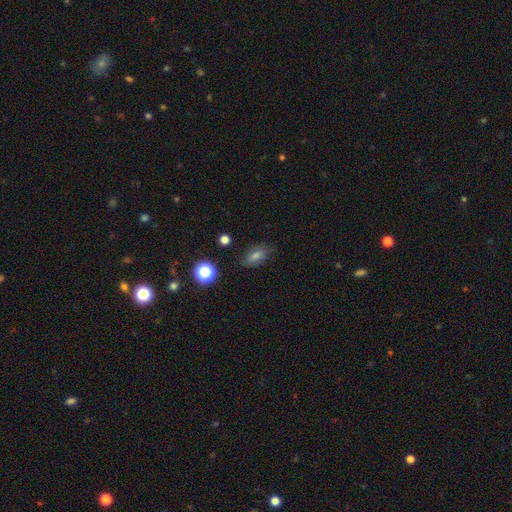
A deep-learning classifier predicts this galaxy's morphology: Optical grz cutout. It shows a smooth galaxy with no disk features (66%) that is in between round and cigar-shaped (83%). Merging: none (81%).